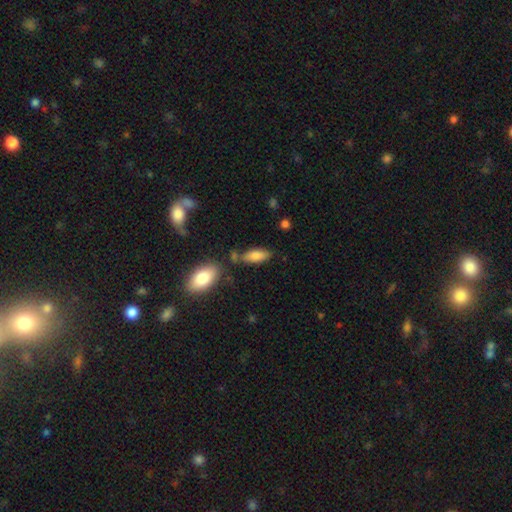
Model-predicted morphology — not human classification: smooth-or-featured: smooth: 81% | featured or disk: 12% | star or artifact: 7%
  how-rounded: in between: 77% | cigar-shaped: 20% | round: 2%
  merging: none: 66% | minor disturbance: 17% | merger: 12% | major disturbance: 5%